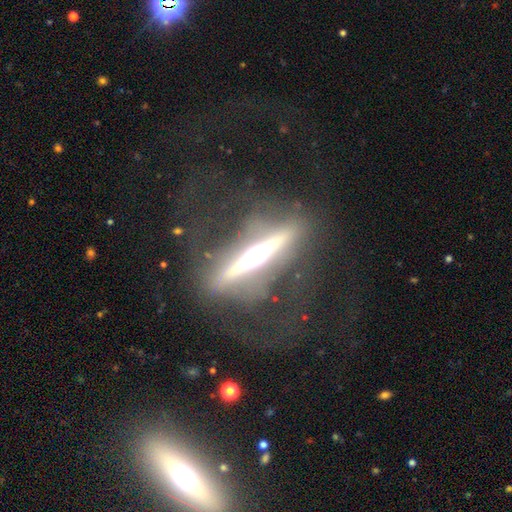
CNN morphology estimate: This is clearly a featured or disk galaxy (82%). It is clearly viewed edge-on (93%). Edge-on bulge: clearly rounded (85%). Merging: likely none (71%).